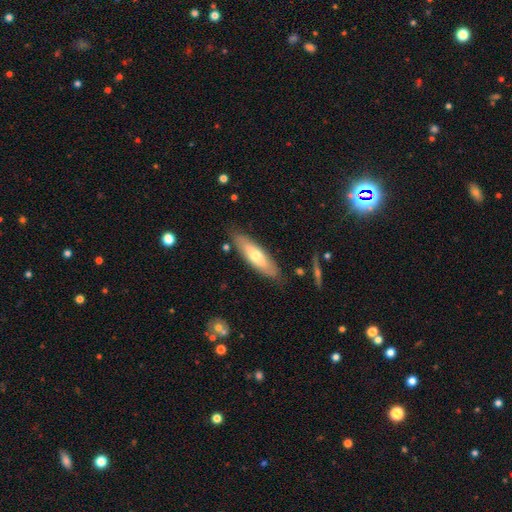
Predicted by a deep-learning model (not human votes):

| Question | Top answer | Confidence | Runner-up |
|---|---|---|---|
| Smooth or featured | smooth | 55% | featured or disk (39%) |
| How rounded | cigar-shaped | 57% | in between (41%) |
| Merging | none | 82% | minor disturbance (13%) |